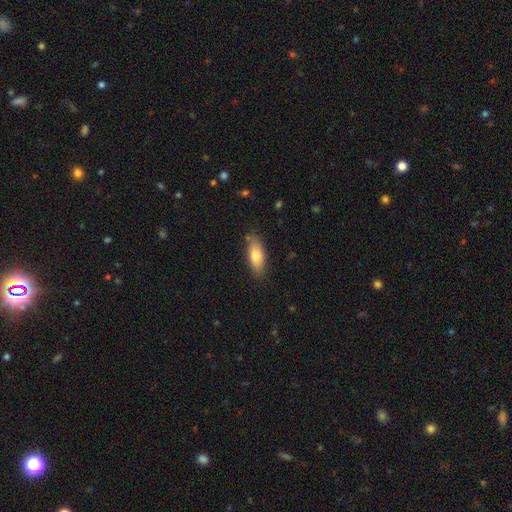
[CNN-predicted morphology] Smooth or featured?
  - smooth: 78% *
  - featured or disk: 15%
  - star or artifact: 6%
How rounded?
  - in between: 74% *
  - cigar-shaped: 24%
  - round: 2%
Merging?
  - none: 81% *
  - minor disturbance: 14%
  - major disturbance: 3%
  - merger: 2%